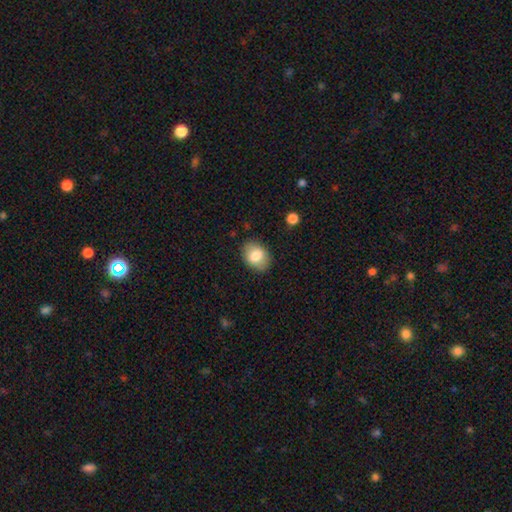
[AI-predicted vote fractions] Morphology: type=smooth (79%); roundness=in between (71%); merging=none (85%).